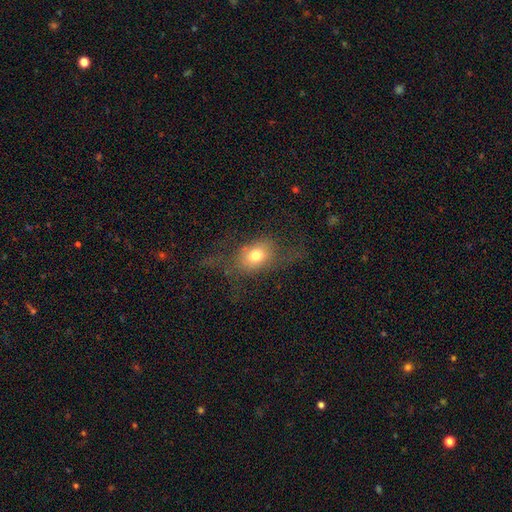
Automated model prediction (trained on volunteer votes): Morphology: type=smooth (67%); roundness=in between (62%); merging=none (47%).